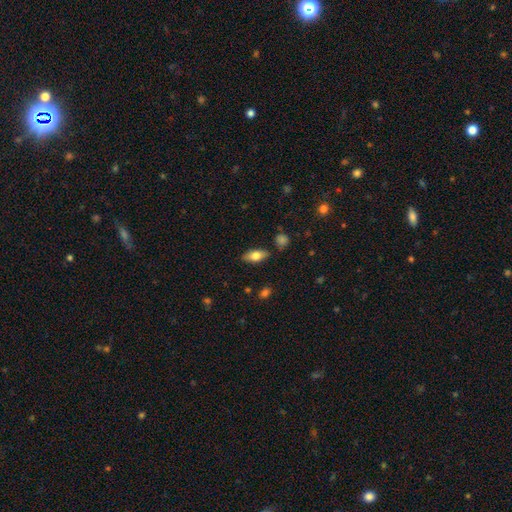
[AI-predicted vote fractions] smooth_or_featured: smooth (p=0.72) [alt: featured or disk p=0.21]
how_rounded: in between (p=0.84) [alt: cigar-shaped p=0.13]
merging: none (p=0.83) [alt: minor disturbance p=0.12]